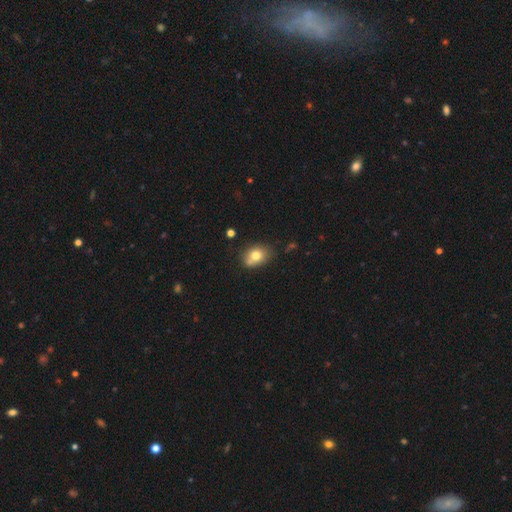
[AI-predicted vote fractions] Overall: smooth (76%). How rounded: in between (64%; round 35%). Merging: none (61%; minor disturbance 22%).